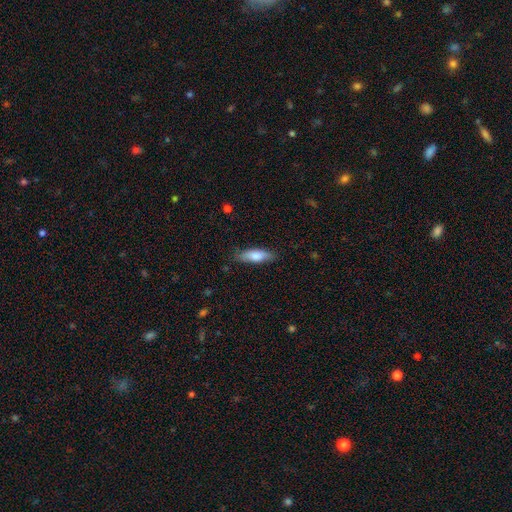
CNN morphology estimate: A smooth galaxy with no disk features (76%) that is in between round and cigar-shaped (52%). Merging: none (82%).